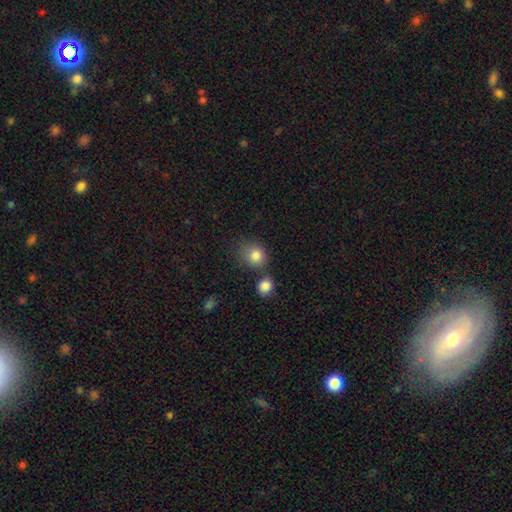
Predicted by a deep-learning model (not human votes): smooth 83%, star or artifact 10%, featured or disk 7%. Down the decision tree: how rounded — round (79%); merging — none (64%).